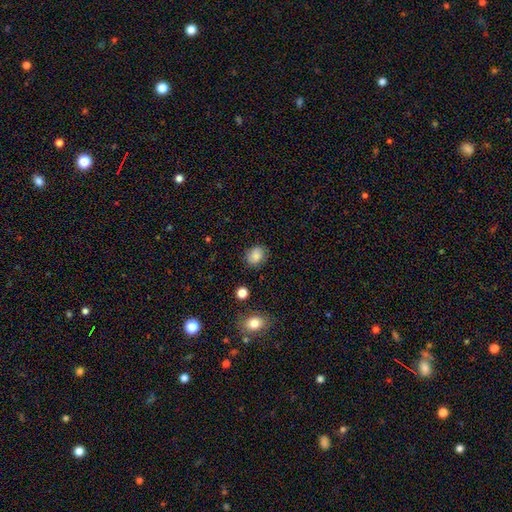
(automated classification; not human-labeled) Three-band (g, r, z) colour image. It shows a smooth galaxy with no disk features (83%) that is round (53%). Merging: none (80%).